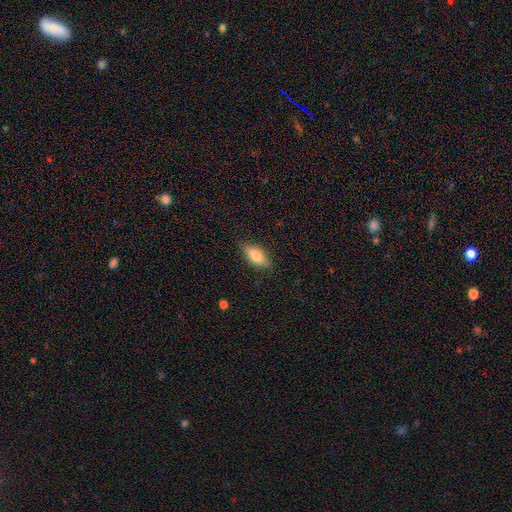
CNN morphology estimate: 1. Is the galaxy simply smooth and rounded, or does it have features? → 77% smooth, 16% featured or disk, 7% star or artifact.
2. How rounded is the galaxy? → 81% in between, 16% cigar-shaped, 3% round.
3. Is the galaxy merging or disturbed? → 83% none, 14% minor disturbance, 3% major disturbance, 1% merger.